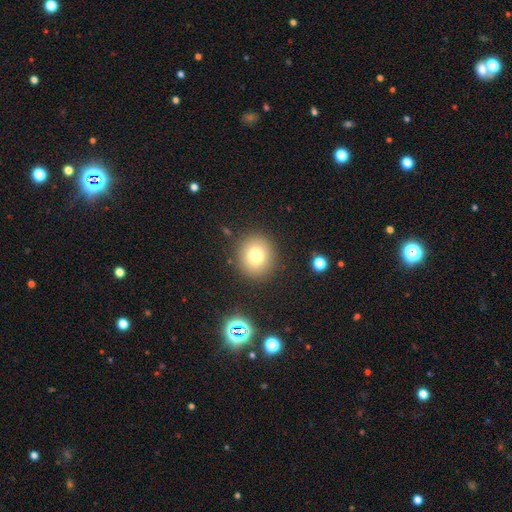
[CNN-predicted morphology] smooth_or_featured: smooth (p=0.76) [alt: star or artifact p=0.13]
how_rounded: round (p=0.89) [alt: in between p=0.10]
merging: none (p=0.88) [alt: minor disturbance p=0.07]